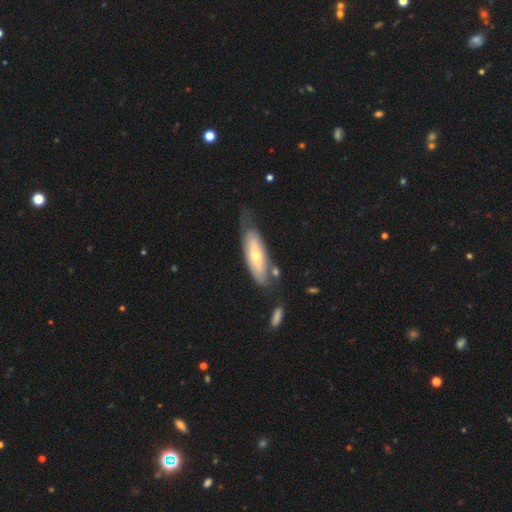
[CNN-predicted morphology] smooth_or_featured: smooth (p=0.49) [alt: featured or disk p=0.45]
merging: none (p=0.54) [alt: minor disturbance p=0.26]